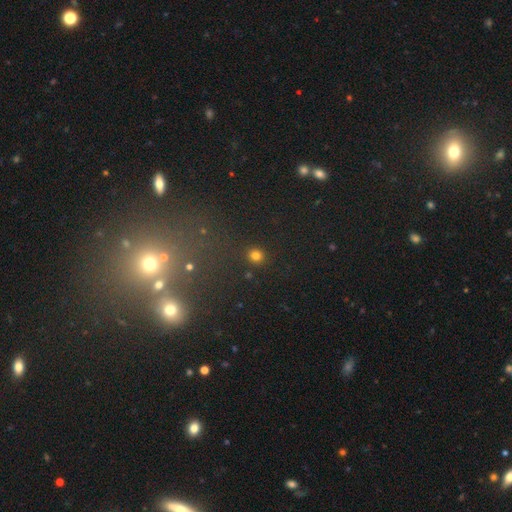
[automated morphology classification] A smooth galaxy with no disk features (79%) that is round (88%). Merging: none (90%).